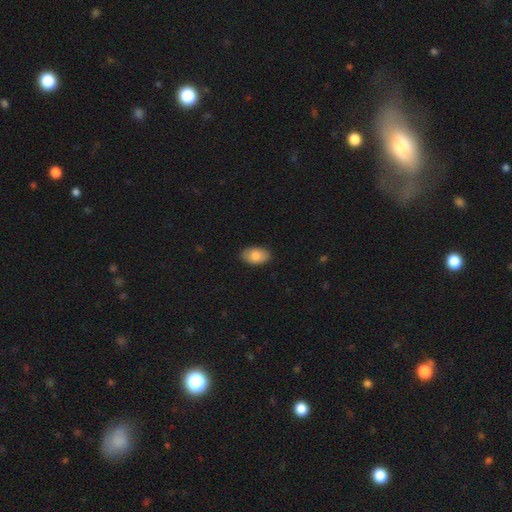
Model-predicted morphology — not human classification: The model was most divided on "smooth or featured": smooth: 85%, featured or disk: 9%, star or artifact: 6%. More confident: how rounded — in between (93%); merging — none (87%).